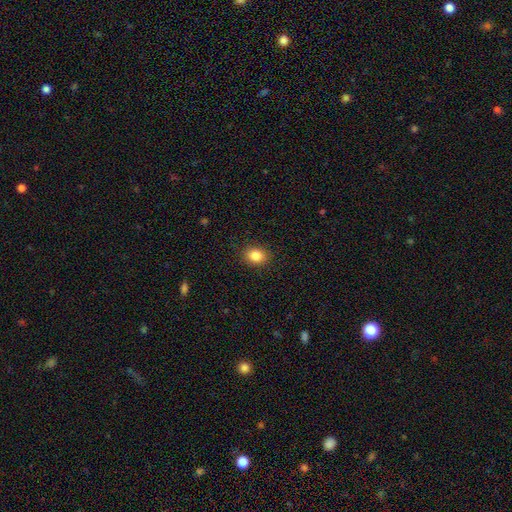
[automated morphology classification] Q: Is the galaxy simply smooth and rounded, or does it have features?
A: smooth — 85%.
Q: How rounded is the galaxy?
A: in between — 53%.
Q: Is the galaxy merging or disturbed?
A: none — 89%.